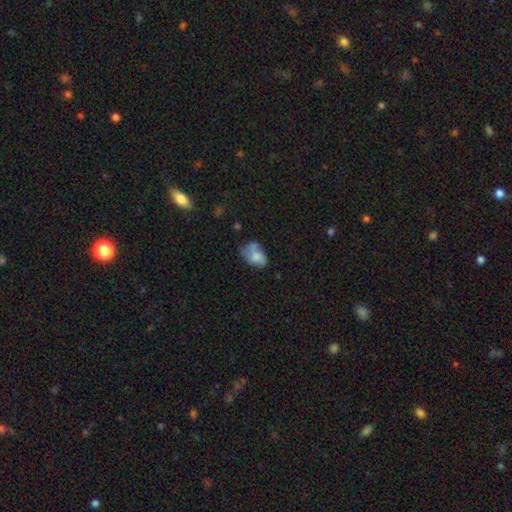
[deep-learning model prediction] This is likely a smooth galaxy (65%). How rounded: clearly in between (84%). Merging: marginally none (35%).